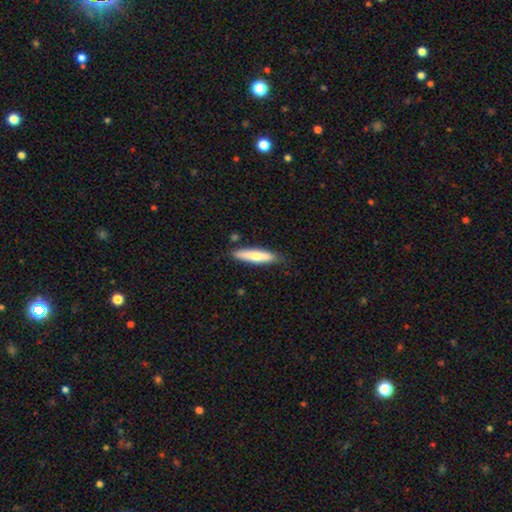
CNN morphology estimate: Overall: smooth (63%; featured or disk 31%). How rounded: cigar-shaped (81%). Merging: none (83%).